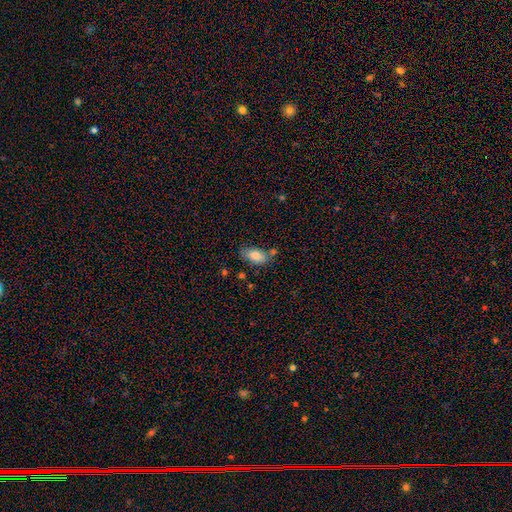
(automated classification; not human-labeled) A smooth galaxy with no disk features (83%) that is in between round and cigar-shaped (92%). Merging: none (58%).